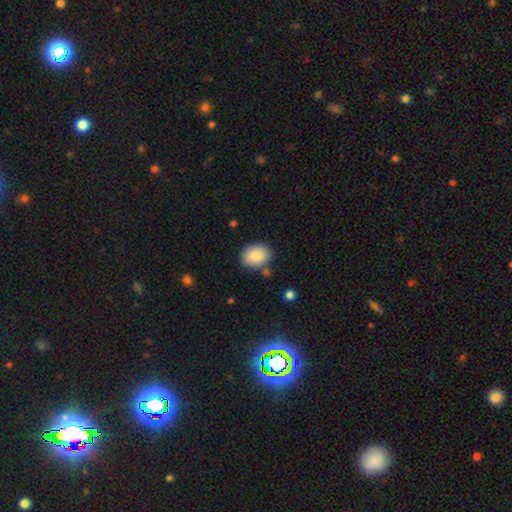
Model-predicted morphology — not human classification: smooth-or-featured: smooth: 87% | star or artifact: 7% | featured or disk: 6%
  how-rounded: in between: 67% | round: 32% | cigar-shaped: 1%
  merging: none: 81% | minor disturbance: 12% | merger: 4% | major disturbance: 3%